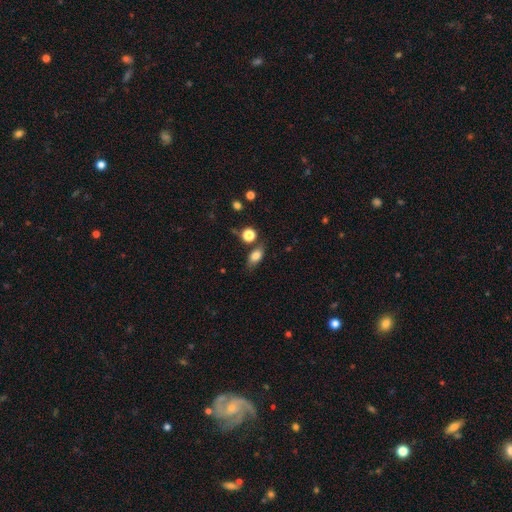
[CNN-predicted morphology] Smooth or featured: smooth — 79% (featured or disk — 11%)
How rounded: in between — 80% (round — 14%)
Merging: none — 70% (minor disturbance — 17%)